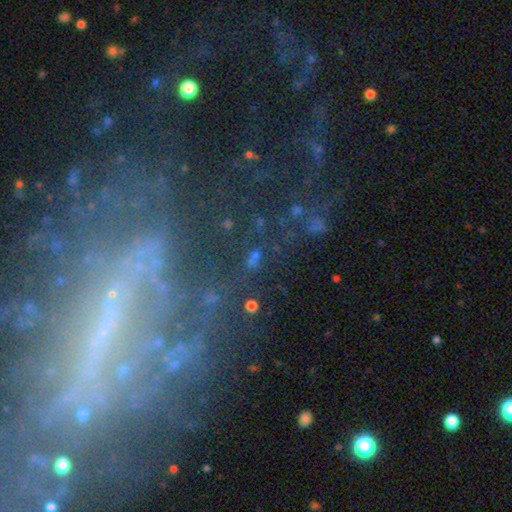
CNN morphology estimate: This is possibly a featured or disk galaxy (55%). It is clearly not viewed edge-on (93%). Bar: possibly no (52%). Spiral arm pattern: likely yes (68%). Central bulge: possibly small (55%). Merging: possibly none (56%).